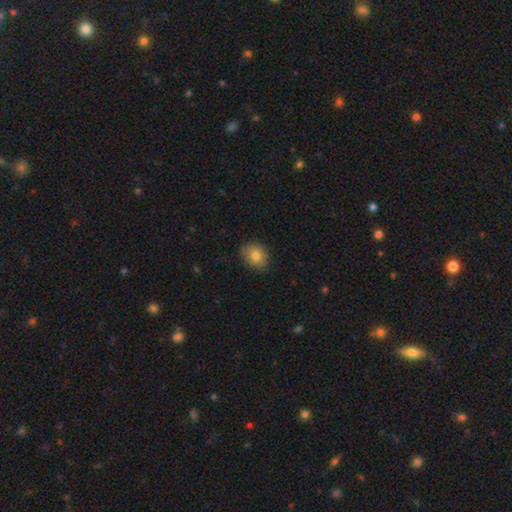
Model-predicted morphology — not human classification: Overall: smooth (81%). How rounded: in between (55%; round 44%). Merging: none (86%).